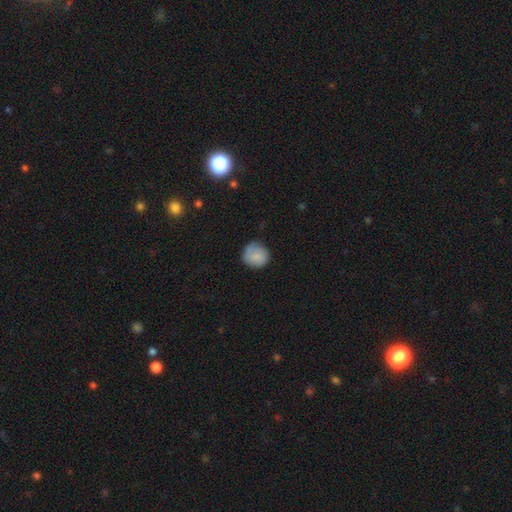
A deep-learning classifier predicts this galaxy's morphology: smooth-or-featured: smooth: 85% | featured or disk: 8% | star or artifact: 7%
  how-rounded: round: 89% | in between: 10% | cigar-shaped: 1%
  merging: none: 79% | minor disturbance: 17% | major disturbance: 3% | merger: 1%